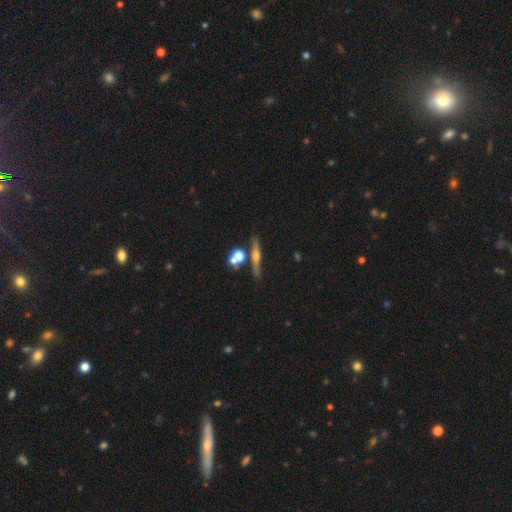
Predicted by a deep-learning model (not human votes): Overall: featured or disk (65%; smooth 25%). Edge-on disk: yes (95%). Edge-on bulge: rounded (90%). Merging: none (76%).